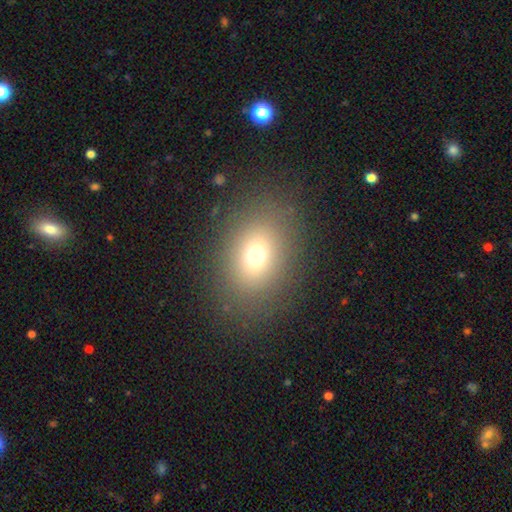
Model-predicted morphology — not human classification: A smooth galaxy with no disk features (69%) that is in between round and cigar-shaped (54%).

Vote fractions:
- Smooth or featured? smooth: 69% / star or artifact: 19% / featured or disk: 13%
- How rounded? in between: 54% / round: 44% / cigar-shaped: 1%
- Merging? none: 83% / minor disturbance: 9% / major disturbance: 6% / merger: 1%